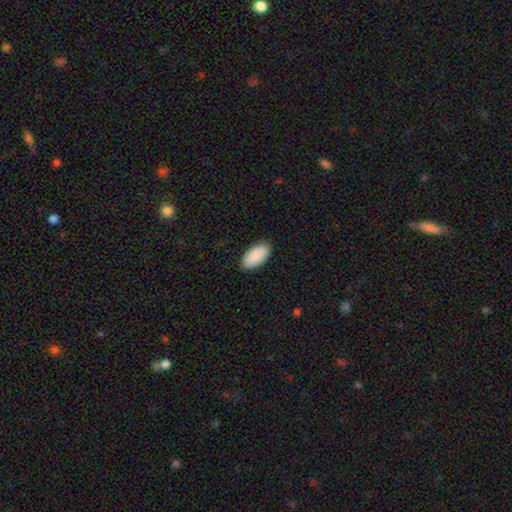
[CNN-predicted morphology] type=smooth (91%); roundness=in between (95%); merging=none (89%).